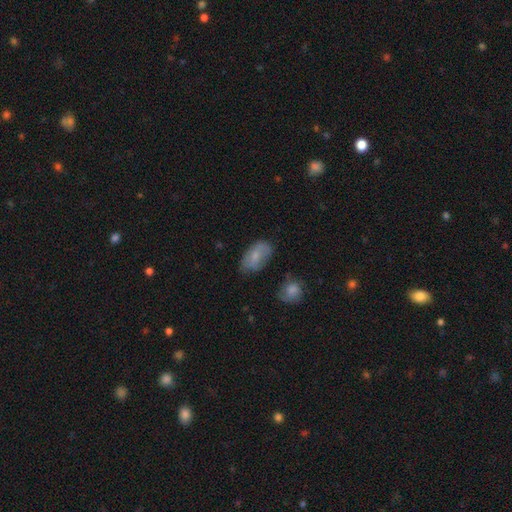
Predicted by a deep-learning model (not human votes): smooth 71%, featured or disk 22%, star or artifact 8%. Down the decision tree: how rounded — in between (92%); merging — none (60%).